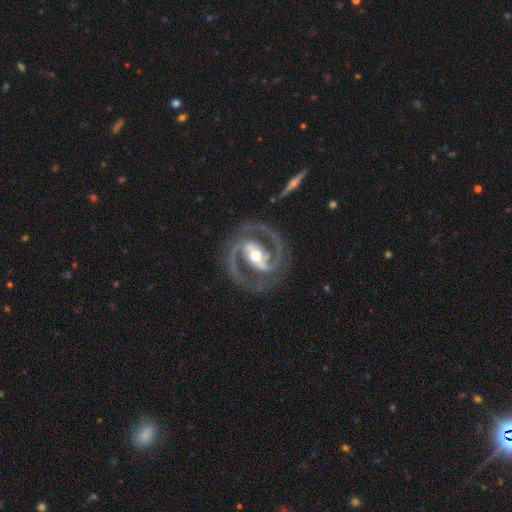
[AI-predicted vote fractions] Smooth or featured: featured or disk — 94% (star or artifact — 4%)
Edge-on disk: no — 98% (yes — 2%)
Bar: strong — 62% (weak — 25%)
Spiral arms: yes — 98% (no — 2%)
Spiral winding: medium — 62% (tight — 29%)
Spiral arm count: 2 — 94% (3 — 2%)
Bulge size: moderate — 71% (small — 20%)
Merging: none — 84% (minor disturbance — 10%)